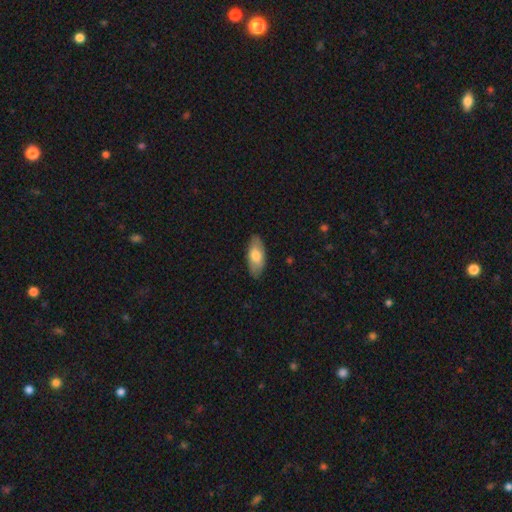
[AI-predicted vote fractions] Q: Smooth or featured?
A: smooth (73%); runner-up: featured or disk (21%)
Q: How rounded?
A: in between (88%); runner-up: cigar-shaped (10%)
Q: Merging?
A: none (85%); runner-up: minor disturbance (12%)